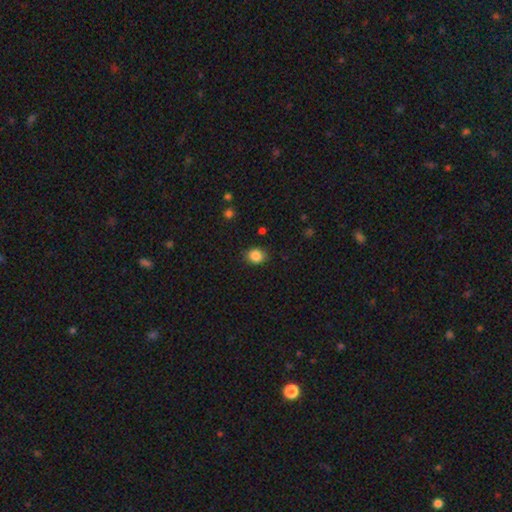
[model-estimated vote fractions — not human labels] A smooth galaxy with no disk features (86%) that is round (63%).

Vote fractions:
- Smooth or featured? smooth: 86% / star or artifact: 10% / featured or disk: 4%
- How rounded? round: 63% / in between: 37% / cigar-shaped: 1%
- Merging? none: 87% / minor disturbance: 9% / major disturbance: 2% / merger: 1%